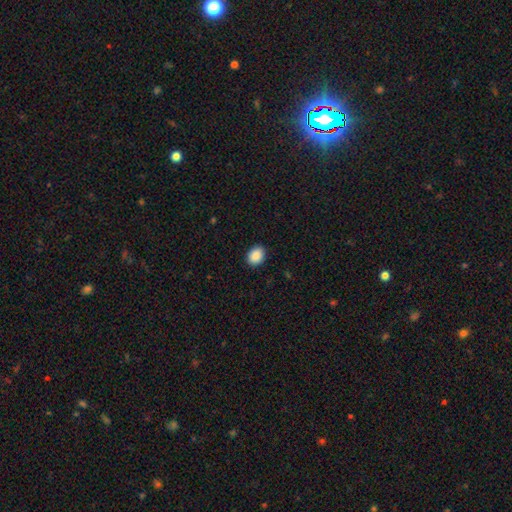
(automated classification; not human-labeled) smooth-or-featured: smooth: 89% | star or artifact: 8% | featured or disk: 3%
  how-rounded: in between: 61% | round: 38% | cigar-shaped: 1%
  merging: none: 90% | minor disturbance: 7% | major disturbance: 2% | merger: 1%